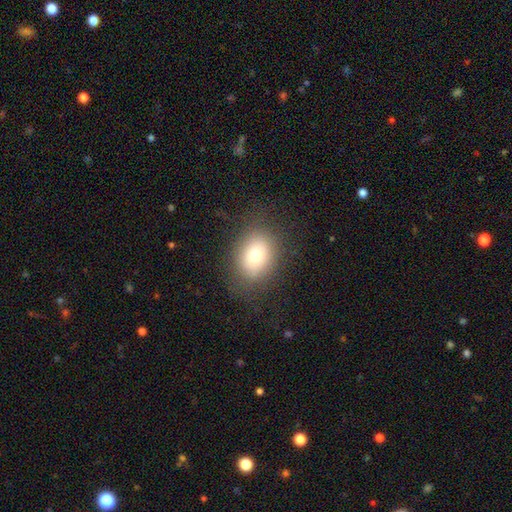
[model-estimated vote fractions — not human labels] Smooth or featured: smooth — 72% (featured or disk — 15%)
How rounded: in between — 51% (round — 48%)
Merging: none — 80% (minor disturbance — 12%)